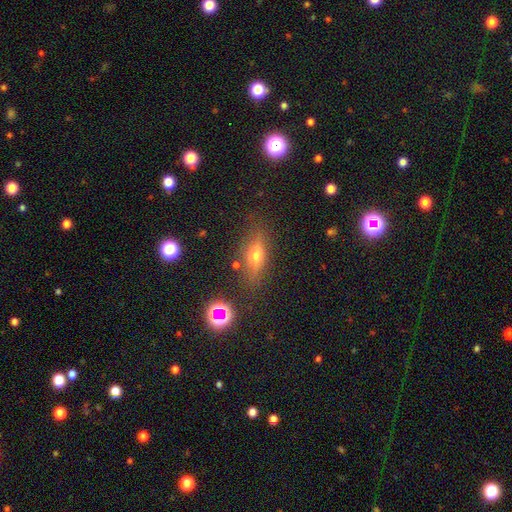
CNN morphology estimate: Smooth or featured: featured or disk — 44% (smooth — 39%)
Merging: none — 81% (minor disturbance — 12%)